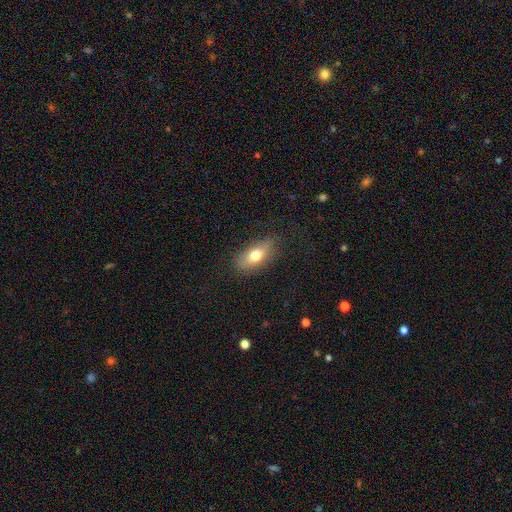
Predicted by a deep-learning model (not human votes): This appears to be a smooth galaxy with no disk features (71%) that is in between round and cigar-shaped (80%). Merging: none (79%).